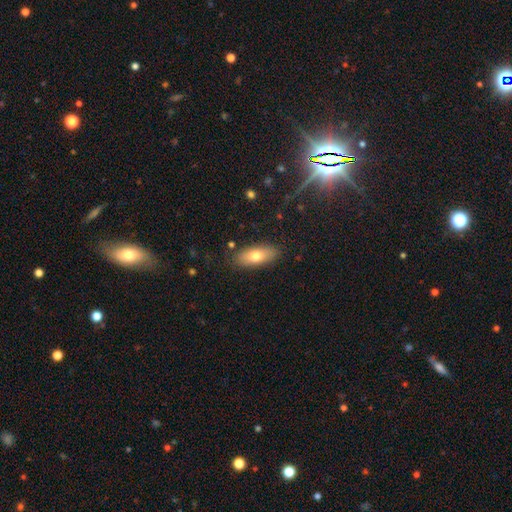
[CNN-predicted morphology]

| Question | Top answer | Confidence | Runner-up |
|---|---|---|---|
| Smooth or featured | smooth | 70% | featured or disk (23%) |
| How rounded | in between | 79% | cigar-shaped (18%) |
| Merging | none | 85% | minor disturbance (11%) |